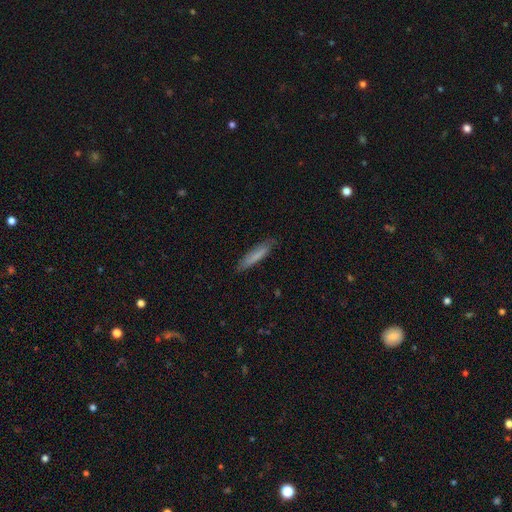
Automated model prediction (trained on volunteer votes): A smooth galaxy with no disk features (73%) that is cigar-shaped (86%). Merging: none (84%).